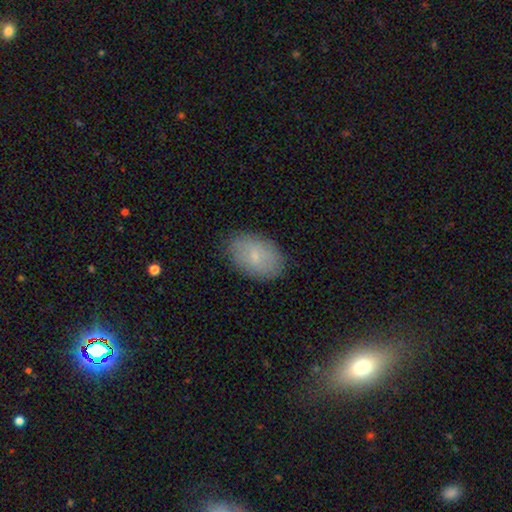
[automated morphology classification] Smooth or featured: smooth — 76% (featured or disk — 16%)
How rounded: in between — 89% (round — 10%)
Merging: none — 85% (minor disturbance — 12%)